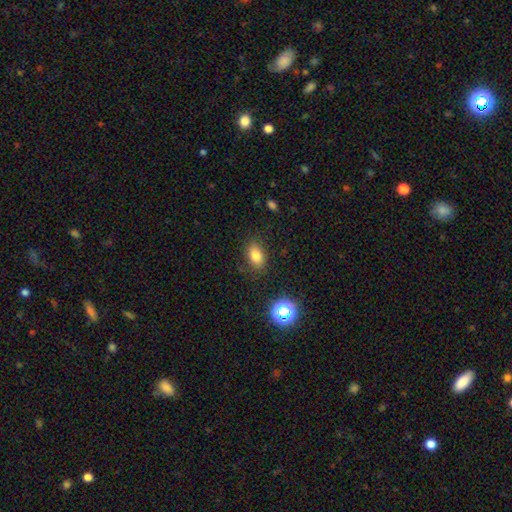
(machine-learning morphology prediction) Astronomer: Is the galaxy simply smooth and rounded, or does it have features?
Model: smooth — 80%.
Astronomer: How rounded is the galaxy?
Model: in between — 82%.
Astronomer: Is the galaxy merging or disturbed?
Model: none — 83%.